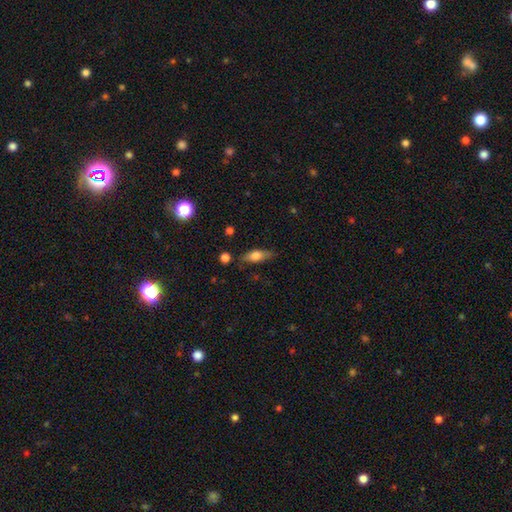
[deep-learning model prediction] Smooth or featured?
  - smooth: 69% *
  - featured or disk: 23%
  - star or artifact: 8%
How rounded?
  - in between: 65% *
  - cigar-shaped: 31%
  - round: 4%
Merging?
  - none: 71% *
  - minor disturbance: 20%
  - major disturbance: 5%
  - merger: 3%